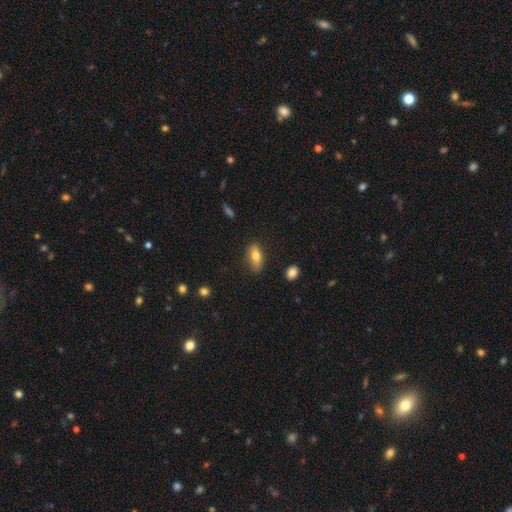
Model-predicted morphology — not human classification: type=smooth (76%); roundness=in between (76%); merging=none (79%).